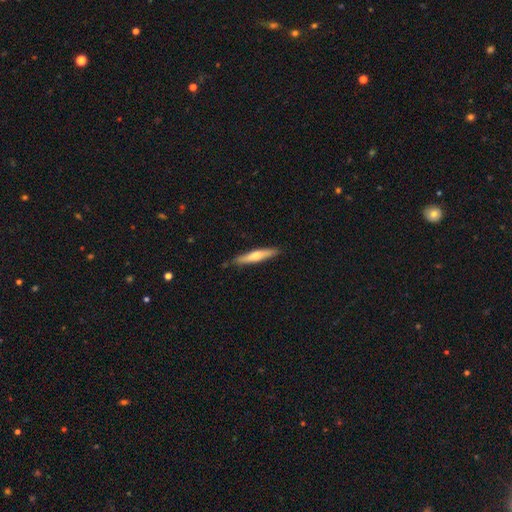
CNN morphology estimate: Smooth or featured? smooth (53%)
How rounded? cigar-shaped (91%)
Merging? none (87%)